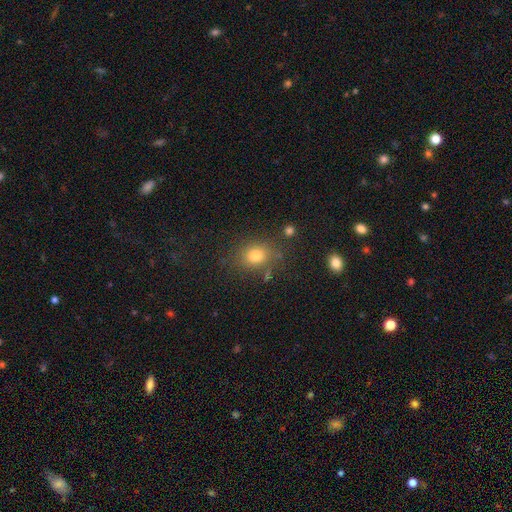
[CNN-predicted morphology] Smooth or featured: smooth — 77% (star or artifact — 14%)
How rounded: round — 55% (in between — 44%)
Merging: none — 77% (minor disturbance — 14%)